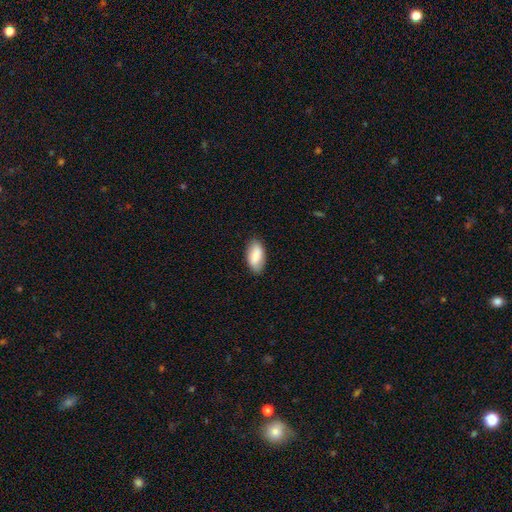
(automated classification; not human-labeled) smooth-or-featured: smooth: 83% | featured or disk: 11% | star or artifact: 6%
  how-rounded: in between: 93% | cigar-shaped: 4% | round: 2%
  merging: none: 84% | minor disturbance: 13% | major disturbance: 2% | merger: 1%